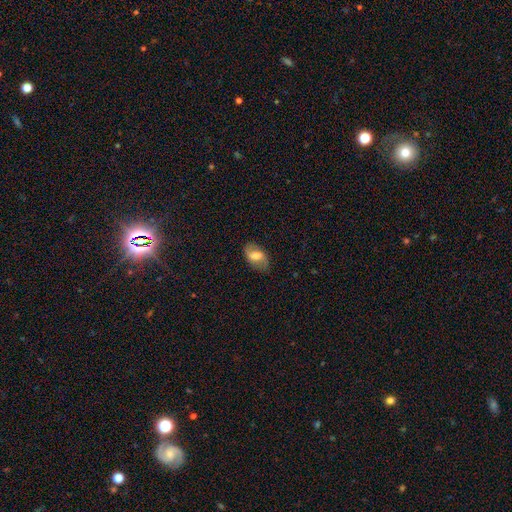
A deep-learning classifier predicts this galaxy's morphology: smooth_or_featured: smooth (p=0.47) [alt: featured or disk p=0.45]
merging: none (p=0.78) [alt: minor disturbance p=0.16]